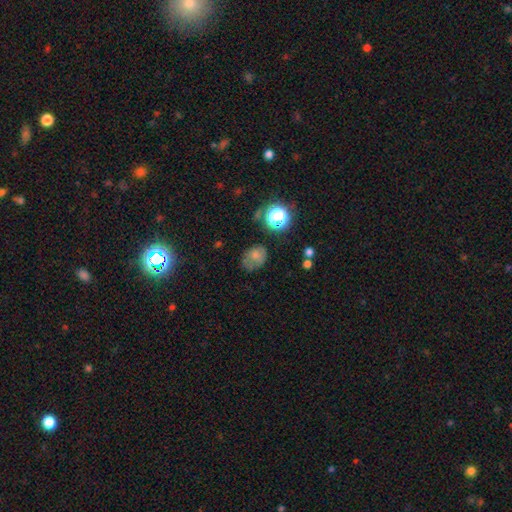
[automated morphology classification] smooth-or-featured: smooth: 65% | featured or disk: 19% | star or artifact: 17%
  how-rounded: in between: 52% | round: 47% | cigar-shaped: 1%
  merging: none: 52% | minor disturbance: 28% | major disturbance: 15% | merger: 4%